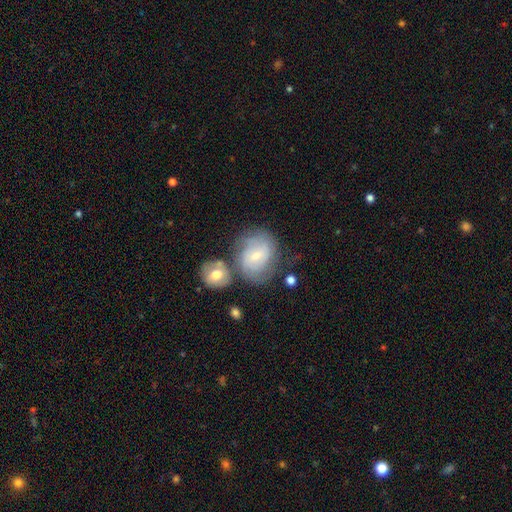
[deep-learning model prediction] Overall: featured or disk (58%; smooth 33%). Edge-on disk: no (96%). Bar: weak (48%; no 39%). Spiral arms: yes (80%). Bulge size: small (60%; moderate 34%). Merging: none (53%; minor disturbance 19%).